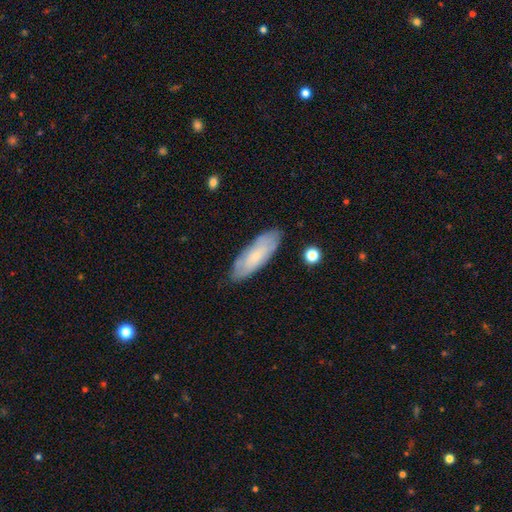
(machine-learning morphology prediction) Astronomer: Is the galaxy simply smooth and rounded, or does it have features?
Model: smooth — 57% (runner-up: featured or disk, 36%).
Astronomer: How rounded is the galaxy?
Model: in between — 65%.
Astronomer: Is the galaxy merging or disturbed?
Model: none — 81%.